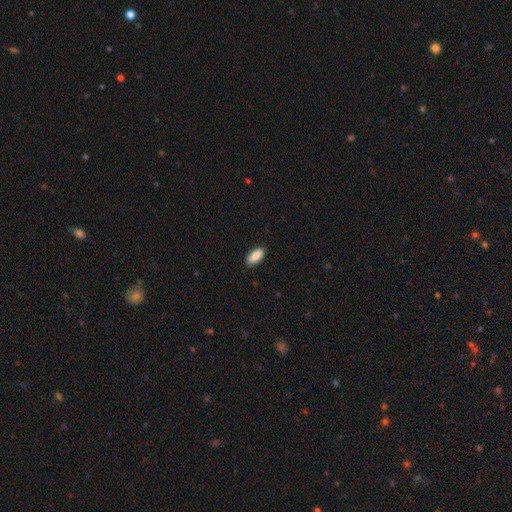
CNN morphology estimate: The model was most divided on "how rounded": in between: 85%, cigar-shaped: 13%, round: 2%. More confident: smooth or featured — smooth (88%); merging — none (88%).